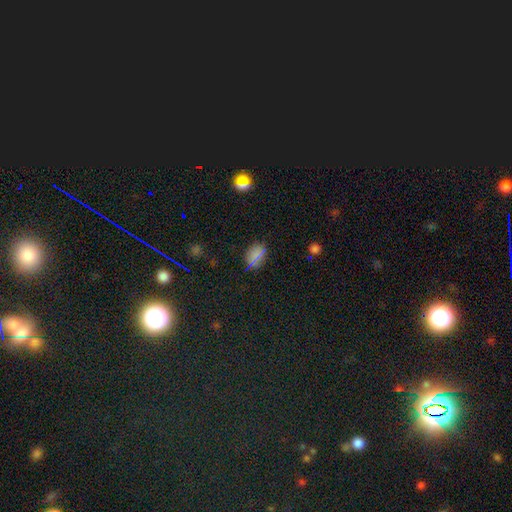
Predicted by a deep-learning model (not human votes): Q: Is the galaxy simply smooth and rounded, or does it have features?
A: smooth — 68%.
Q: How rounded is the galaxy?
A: in between — 78%.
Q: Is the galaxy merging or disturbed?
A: none — 83%.